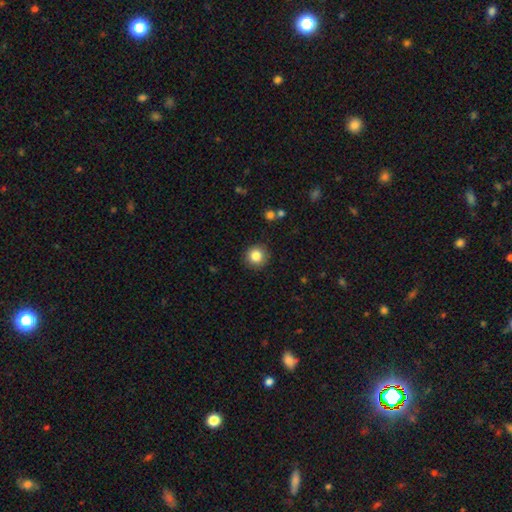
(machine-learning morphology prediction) Smooth or featured?
  - smooth: 84% *
  - star or artifact: 10%
  - featured or disk: 6%
How rounded?
  - round: 93% *
  - in between: 6%
  - cigar-shaped: 1%
Merging?
  - none: 90% *
  - minor disturbance: 6%
  - major disturbance: 2%
  - merger: 1%